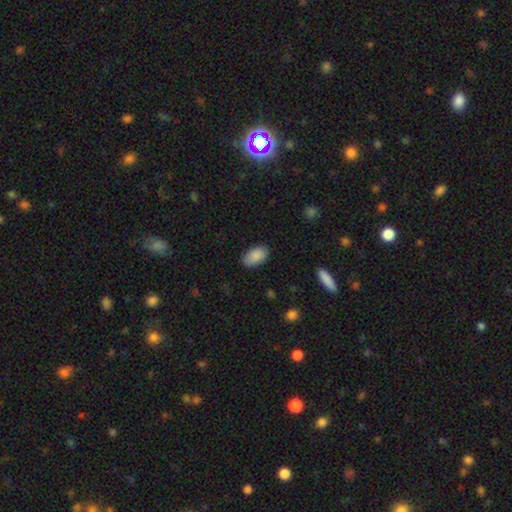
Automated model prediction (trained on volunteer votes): Morphology: type=smooth (89%); roundness=in between (93%); merging=none (81%).